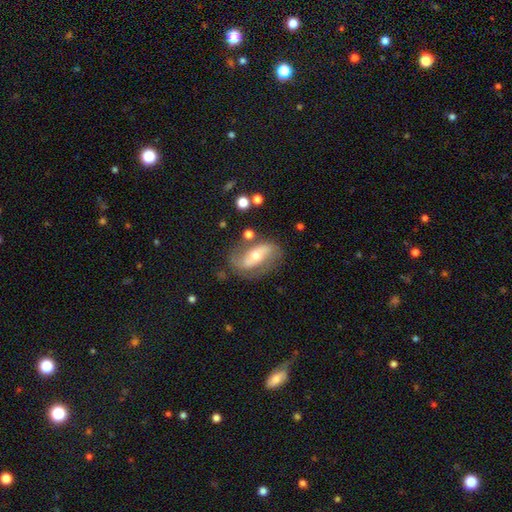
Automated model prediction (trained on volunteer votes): A featured or disk galaxy (72%) with a strong bar (40%), 2 (85%) loose (50%) spiral arms (82%) and a moderate central bulge (59%).

Vote fractions:
- Smooth or featured? featured or disk: 72% / smooth: 21% / star or artifact: 7%
- Edge-on disk? no: 90% / yes: 10%
- Bar? strong: 40% / no: 34% / weak: 26%
- Spiral arms? yes: 82% / no: 18%
- Spiral winding? loose: 50% / medium: 33% / tight: 17%
- Spiral arm count? 2: 85% / can't tell: 8% / 1: 5% / 3: 1% / 4: 1% / more than 4: 1%
- Bulge size? moderate: 59% / small: 35% / large: 4% / none: 1% / dominant: 1%
- Merging? none: 69% / minor disturbance: 18% / major disturbance: 9% / merger: 4%